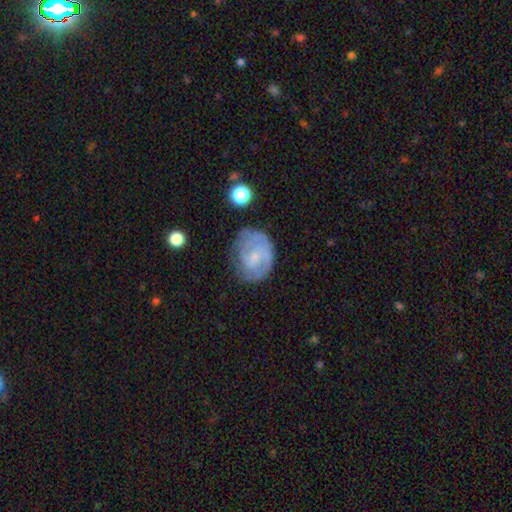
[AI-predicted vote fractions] Smooth or featured? Predicted: featured or disk (p=0.64). Edge-on disk? Predicted: no (p=0.97). Bar? Predicted: no (p=0.58). Spiral arms? Predicted: yes (p=0.83). Spiral winding? Predicted: tight (p=0.51). Spiral arm count? Predicted: 2 (p=0.41). Bulge size? Predicted: small (p=0.66). Merging? Predicted: none (p=0.62).